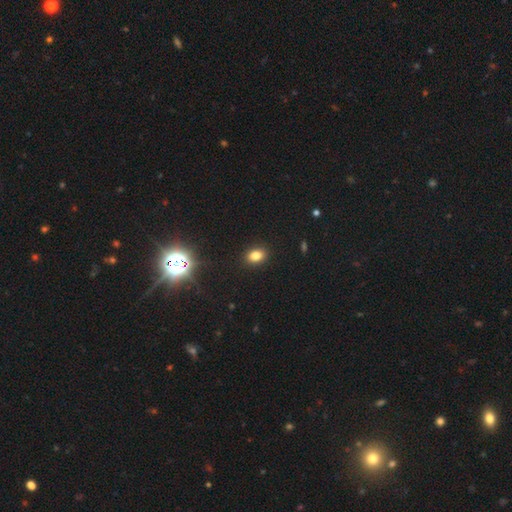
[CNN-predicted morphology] This is likely a smooth galaxy (79%). How rounded: likely in between (70%). Merging: clearly none (89%).